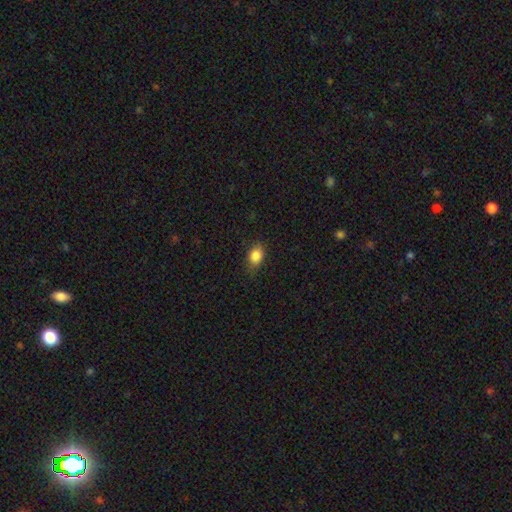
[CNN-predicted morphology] Smooth or featured?
  - smooth: 85% *
  - star or artifact: 9%
  - featured or disk: 6%
How rounded?
  - in between: 67% *
  - round: 31%
  - cigar-shaped: 2%
Merging?
  - none: 78% *
  - minor disturbance: 17%
  - major disturbance: 4%
  - merger: 1%